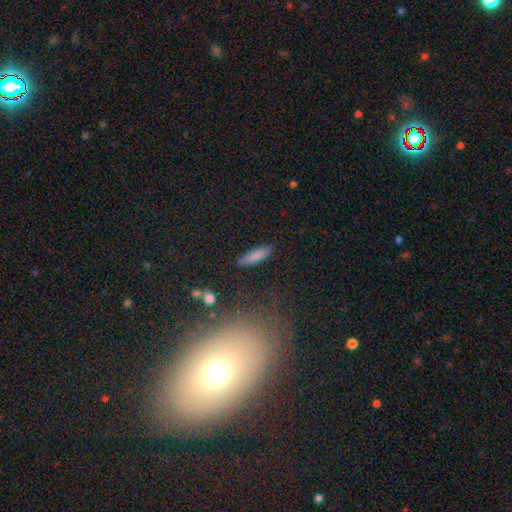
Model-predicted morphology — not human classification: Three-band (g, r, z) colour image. It shows a smooth galaxy with no disk features (84%) that is cigar-shaped (72%). Merging: none (86%).